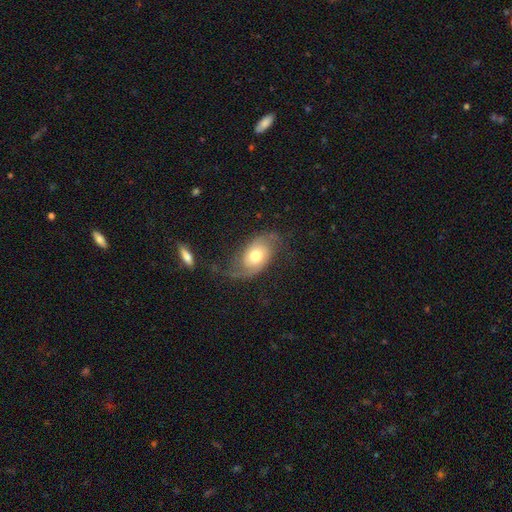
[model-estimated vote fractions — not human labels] Smooth or featured: featured or disk — 69% (smooth — 24%)
Edge-on disk: no — 95% (yes — 5%)
Bar: no — 73% (weak — 23%)
Spiral arms: yes — 91% (no — 9%)
Spiral winding: loose — 48% (medium — 36%)
Spiral arm count: 2 — 85% (can't tell — 6%)
Bulge size: moderate — 63% (large — 23%)
Merging: none — 58% (minor disturbance — 22%)